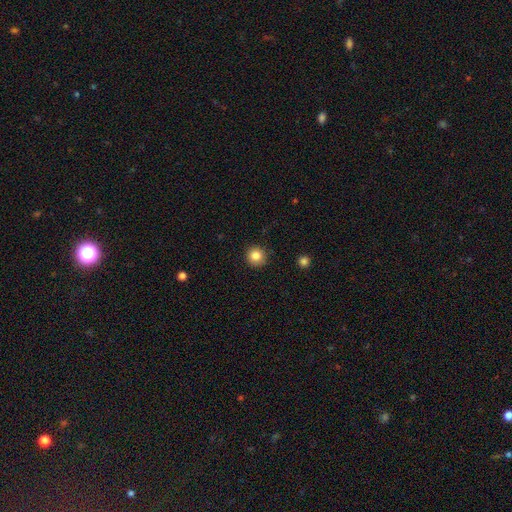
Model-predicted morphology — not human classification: Overall: smooth (84%). How rounded: round (95%). Merging: none (90%).